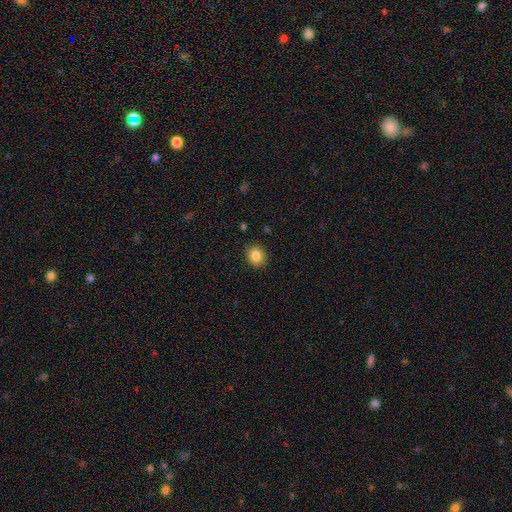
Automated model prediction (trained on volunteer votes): Morphology: type=smooth (84%); roundness=round (69%); merging=none (89%).